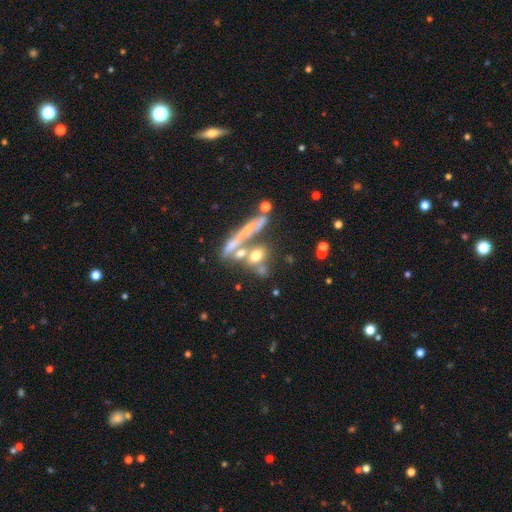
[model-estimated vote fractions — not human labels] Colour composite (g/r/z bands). It shows a smooth galaxy with no disk features (51%) that is in between round and cigar-shaped (39%). Merging: merger (40%).